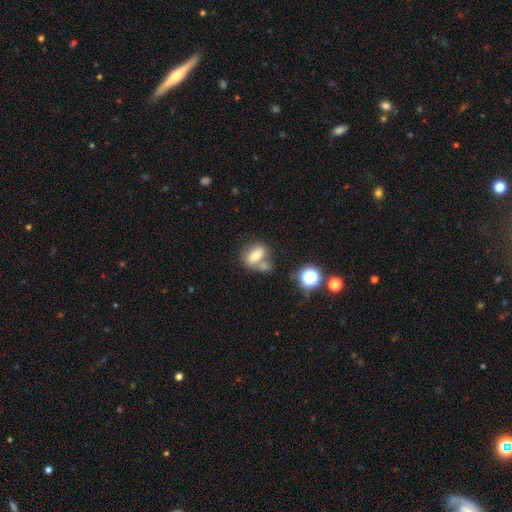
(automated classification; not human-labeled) smooth-or-featured: smooth: 71% | featured or disk: 18% | star or artifact: 11%
  how-rounded: in between: 76% | round: 19% | cigar-shaped: 5%
  merging: none: 42% | merger: 38% | minor disturbance: 14% | major disturbance: 7%